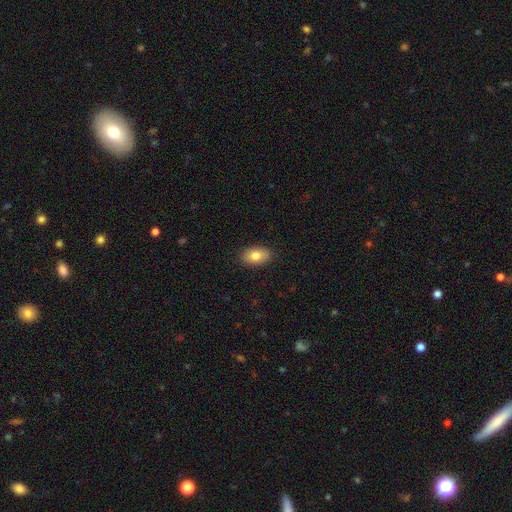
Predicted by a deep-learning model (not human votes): Smooth or featured? Predicted: smooth (p=0.80). How rounded? Predicted: in between (p=0.89). Merging? Predicted: none (p=0.88).